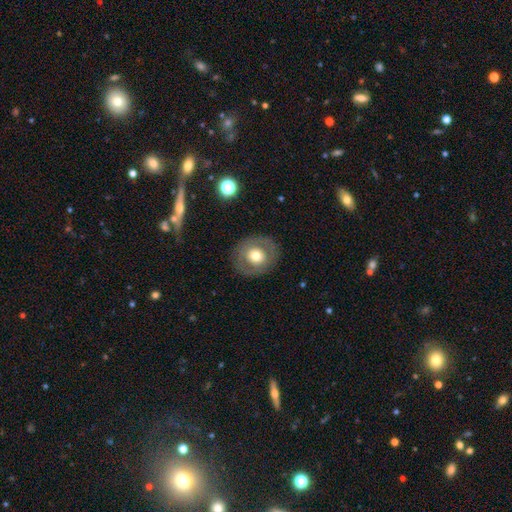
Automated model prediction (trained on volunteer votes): This appears to be a smooth galaxy with no disk features (55%) that is round (83%). Merging: none (84%).